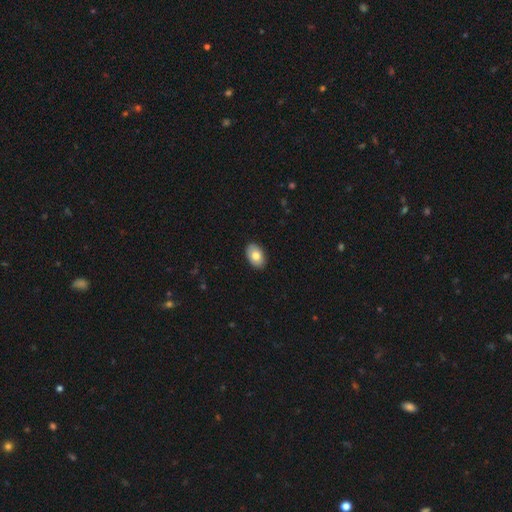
smooth_or_featured: smooth (p=0.87) [alt: featured or disk p=0.13]
how_rounded: in between (p=0.94) [alt: round p=0.06]
merging: none (p=1.00)